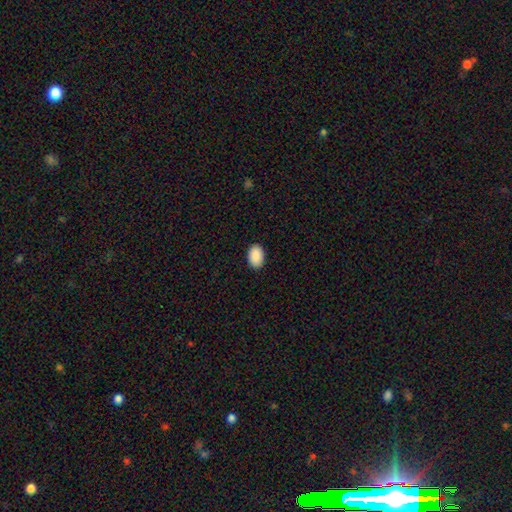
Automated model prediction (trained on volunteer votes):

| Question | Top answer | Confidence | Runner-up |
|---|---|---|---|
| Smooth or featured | smooth | 91% | star or artifact (7%) |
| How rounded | in between | 88% | round (11%) |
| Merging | none | 90% | minor disturbance (7%) |